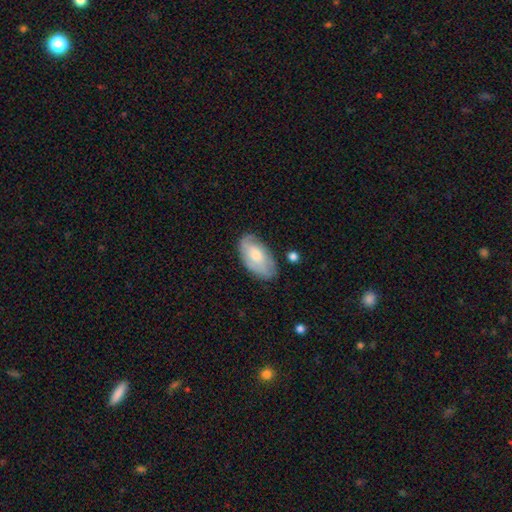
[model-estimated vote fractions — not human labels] smooth-or-featured: smooth: 54% | featured or disk: 40% | star or artifact: 6%
  how-rounded: in between: 93% | round: 4% | cigar-shaped: 3%
  merging: none: 68% | minor disturbance: 23% | major disturbance: 6% | merger: 3%